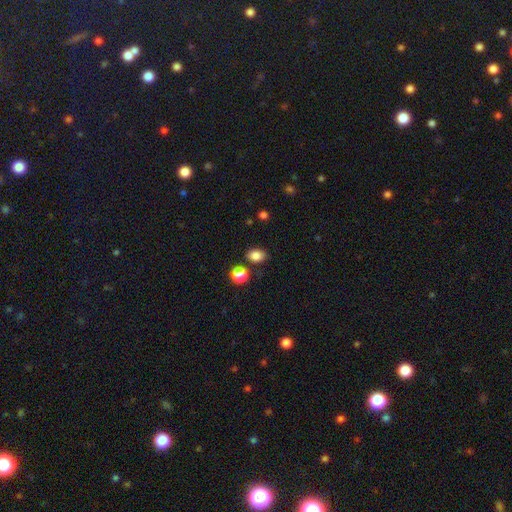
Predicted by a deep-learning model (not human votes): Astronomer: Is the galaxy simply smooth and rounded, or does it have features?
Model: smooth — 84%.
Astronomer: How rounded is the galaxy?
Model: in between — 66%.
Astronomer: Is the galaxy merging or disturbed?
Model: none — 80%.